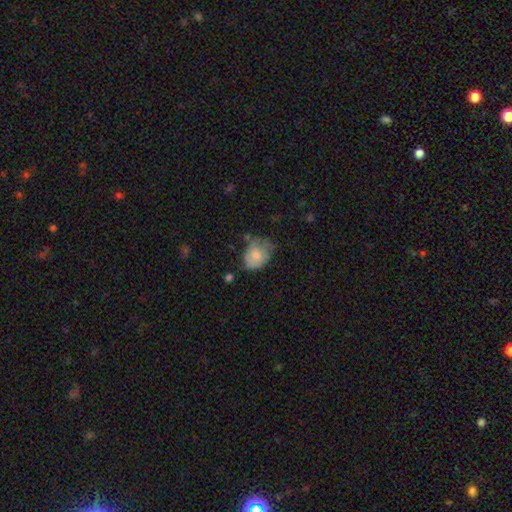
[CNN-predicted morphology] The model was most divided on "merging" (2-way tie): none: 39%, minor disturbance: 39%, major disturbance: 18%, merger: 4%. More confident: smooth or featured — smooth (68%); how rounded — in between (57%).